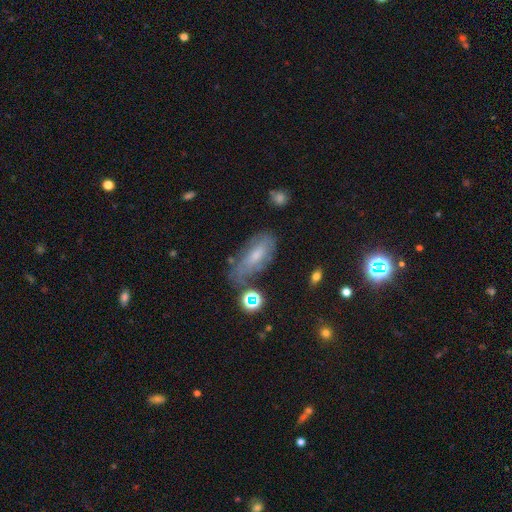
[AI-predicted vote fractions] smooth-or-featured: featured or disk: 48% | smooth: 41% | star or artifact: 11%
  merging: none: 51% | minor disturbance: 28% | major disturbance: 15% | merger: 6%